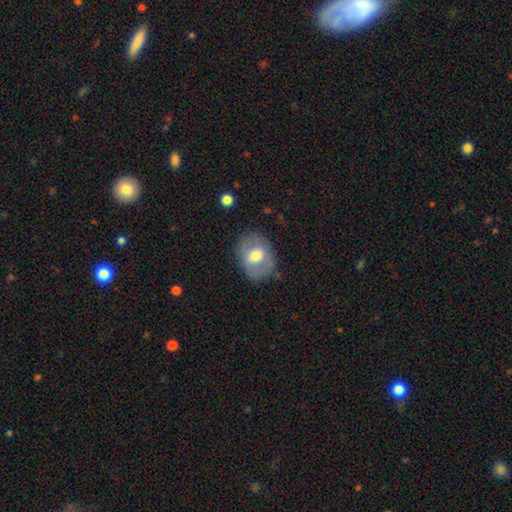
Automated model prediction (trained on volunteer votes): The model was most divided on "smooth or featured": smooth: 56%, featured or disk: 37%, star or artifact: 7%. More confident: merging — none (68%); how rounded — in between (63%).